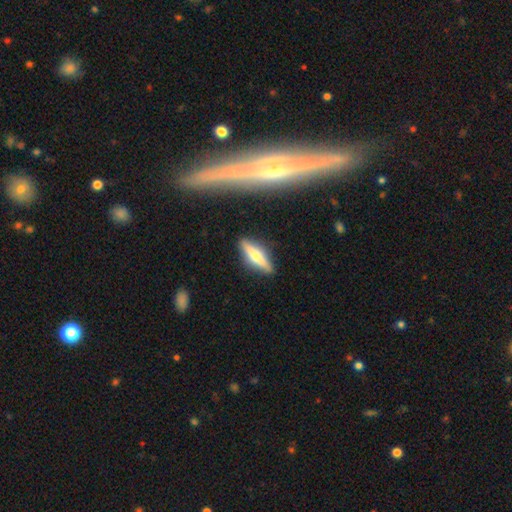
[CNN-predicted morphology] A featured or disk galaxy (51%) viewed edge-on (93%).

Vote fractions:
- Smooth or featured? featured or disk: 51% / smooth: 42% / star or artifact: 7%
- Edge-on disk? yes: 93% / no: 7%
- Merging? none: 87% / minor disturbance: 9% / major disturbance: 2% / merger: 2%